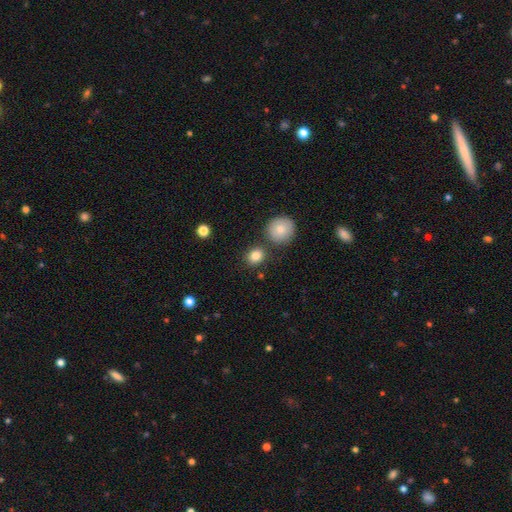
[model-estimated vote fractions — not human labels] smooth 83%, star or artifact 10%, featured or disk 7%. Down the decision tree: how rounded — round (71%); merging — none (79%).